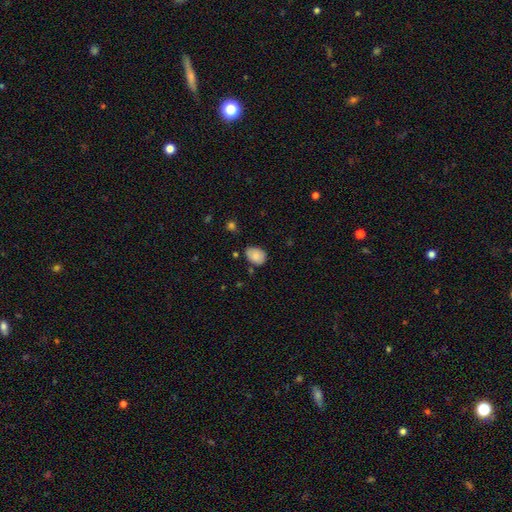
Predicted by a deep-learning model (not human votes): This appears to be a smooth galaxy with no disk features (83%) that is in between round and cigar-shaped (74%). Merging: none (64%).